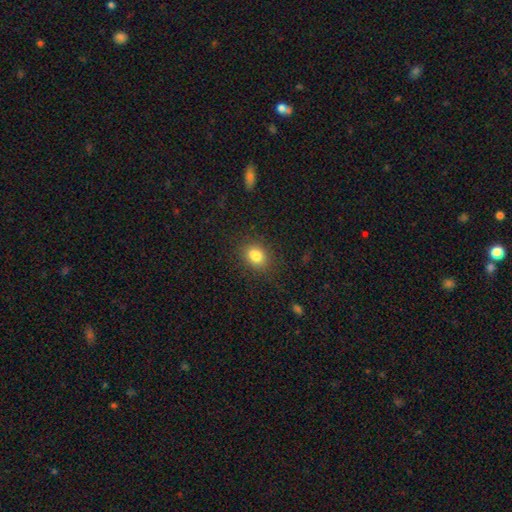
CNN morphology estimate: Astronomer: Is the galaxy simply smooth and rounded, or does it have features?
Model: smooth — 83%.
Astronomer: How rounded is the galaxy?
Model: in between — 61% (runner-up: round, 38%).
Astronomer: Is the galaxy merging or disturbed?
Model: none — 82%.